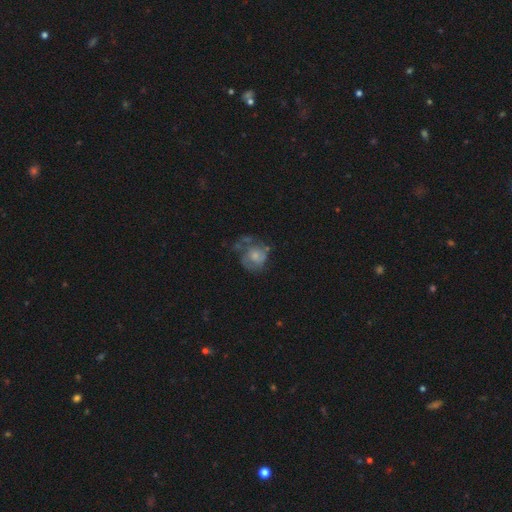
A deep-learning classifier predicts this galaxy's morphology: The model was most divided on "smooth or featured": featured or disk: 49%, smooth: 43%, star or artifact: 9%. Remaining: merging — none (39%).